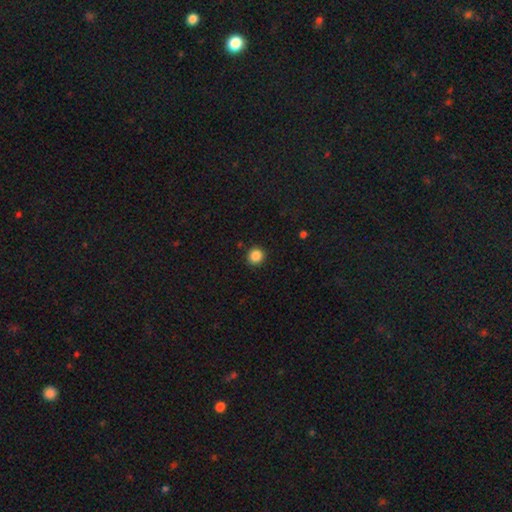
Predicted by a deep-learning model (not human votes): Morphology: type=smooth (87%); roundness=round (92%); merging=none (91%).